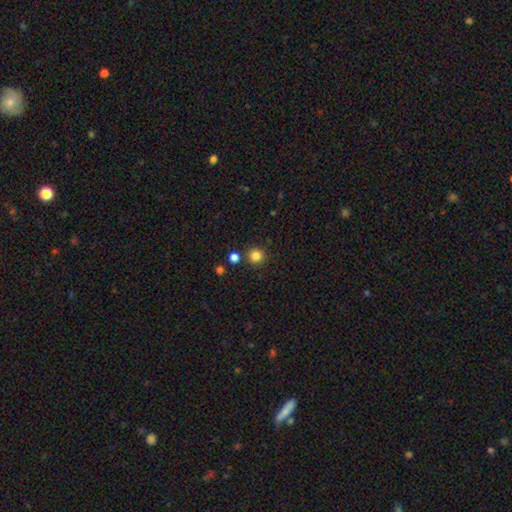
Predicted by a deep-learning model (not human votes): A smooth galaxy with no disk features (83%) that is round (94%). Merging: none (87%).